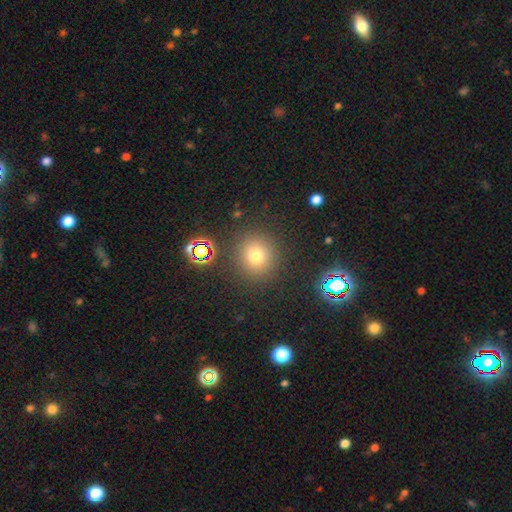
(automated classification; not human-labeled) The model was most divided on "smooth or featured": smooth: 71%, star or artifact: 20%, featured or disk: 9%. More confident: how rounded — round (91%); merging — none (87%).